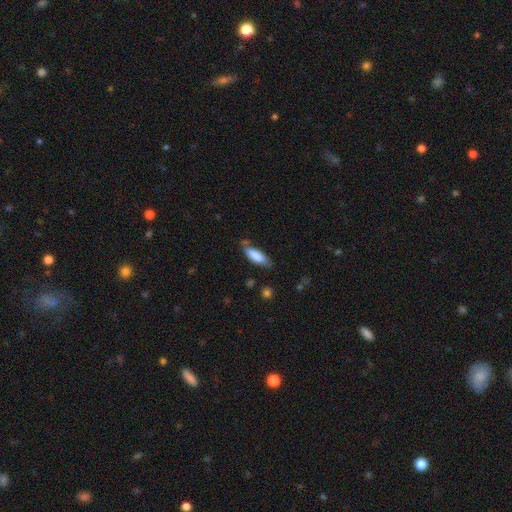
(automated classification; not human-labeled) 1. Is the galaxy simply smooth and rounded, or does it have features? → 82% smooth, 12% featured or disk, 6% star or artifact.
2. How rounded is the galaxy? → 64% in between, 35% cigar-shaped, 2% round.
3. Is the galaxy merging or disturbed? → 66% none, 24% minor disturbance, 6% major disturbance, 4% merger.